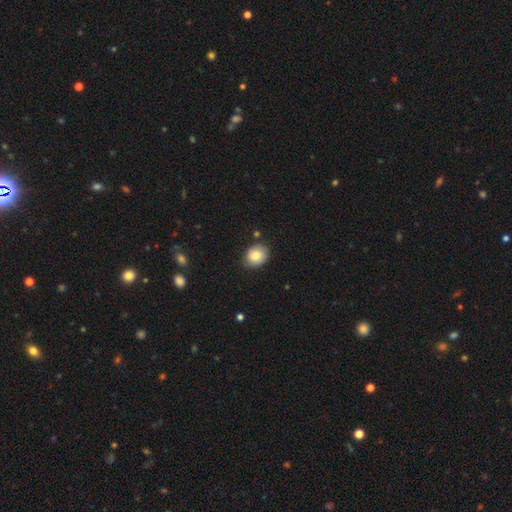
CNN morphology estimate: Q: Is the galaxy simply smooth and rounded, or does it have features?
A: smooth — 77%.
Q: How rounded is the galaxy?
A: round — 63%.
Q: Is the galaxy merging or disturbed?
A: none — 78%.